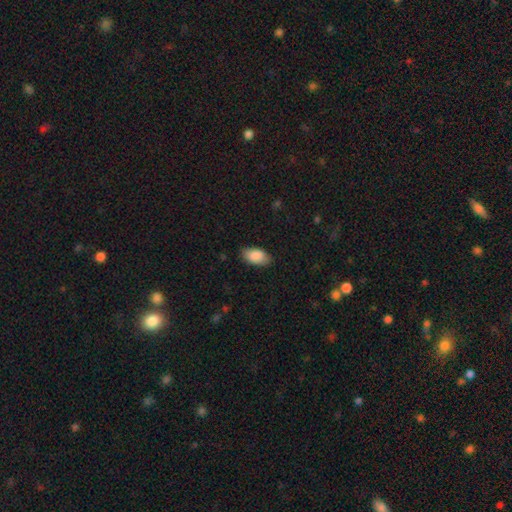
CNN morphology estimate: Smooth or featured?
  - smooth: 88% *
  - star or artifact: 6%
  - featured or disk: 6%
How rounded?
  - in between: 95% *
  - round: 3%
  - cigar-shaped: 2%
Merging?
  - none: 83% *
  - minor disturbance: 14%
  - major disturbance: 3%
  - merger: 1%